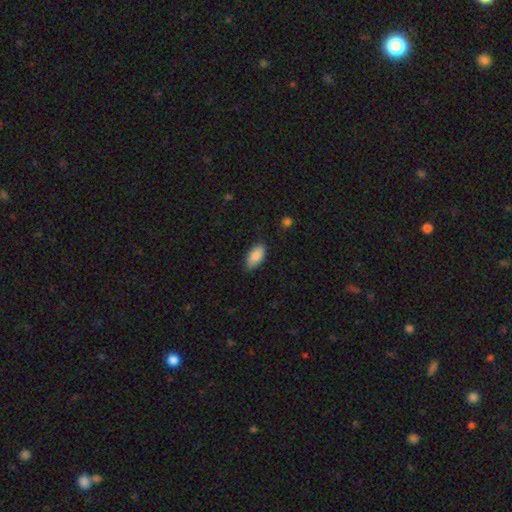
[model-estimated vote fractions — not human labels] Q: Smooth or featured?
A: smooth (88%); runner-up: star or artifact (6%)
Q: How rounded?
A: in between (93%); runner-up: cigar-shaped (5%)
Q: Merging?
A: none (84%); runner-up: minor disturbance (13%)